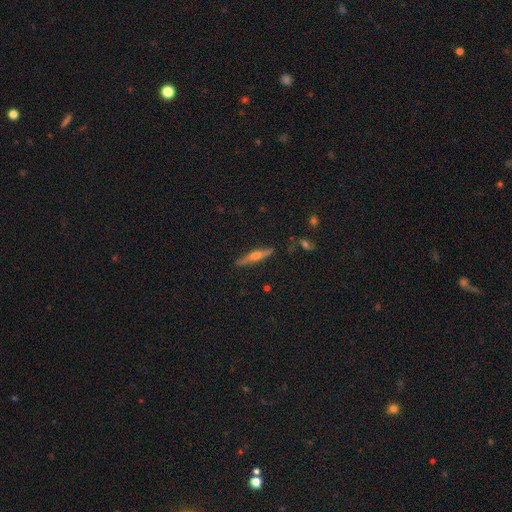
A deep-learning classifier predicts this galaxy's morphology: A featured or disk galaxy (69%) viewed edge-on (96%) with a rounded central bulge (93%). Merging: none (89%).